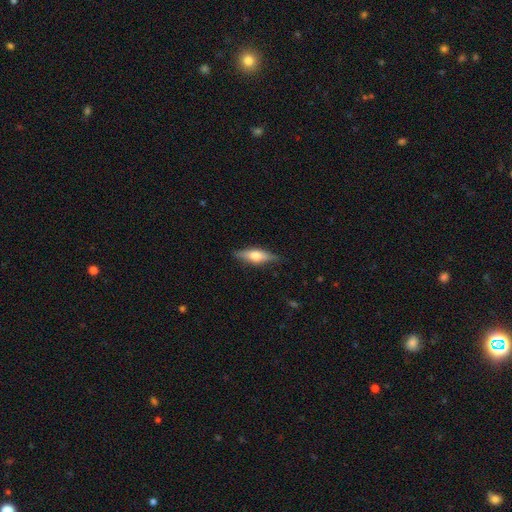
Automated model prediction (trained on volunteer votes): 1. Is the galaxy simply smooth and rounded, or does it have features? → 49% smooth, 44% featured or disk, 6% star or artifact.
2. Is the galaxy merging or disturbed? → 83% none, 13% minor disturbance, 3% major disturbance, 1% merger.